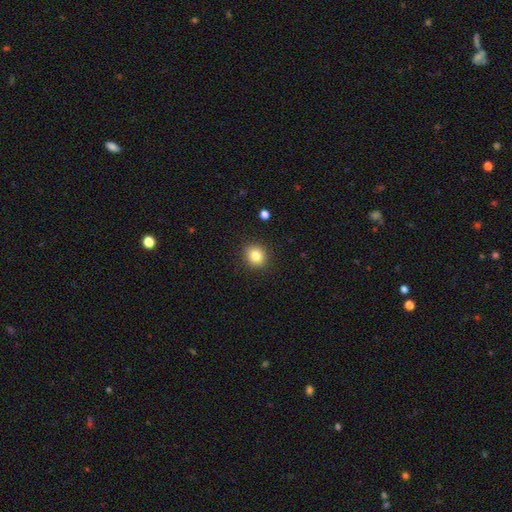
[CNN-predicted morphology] Q: Smooth or featured?
A: smooth (83%); runner-up: star or artifact (10%)
Q: How rounded?
A: round (82%); runner-up: in between (18%)
Q: Merging?
A: none (91%); runner-up: minor disturbance (6%)